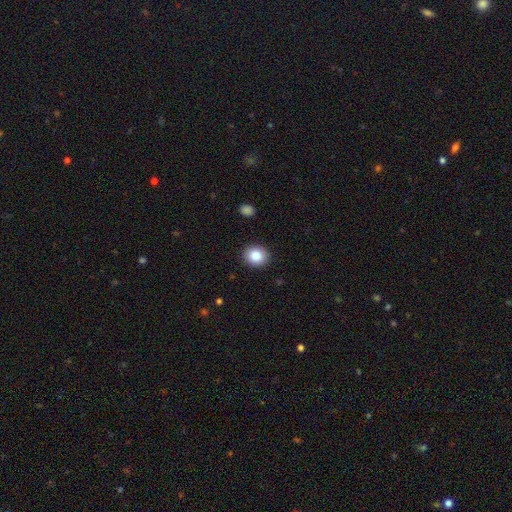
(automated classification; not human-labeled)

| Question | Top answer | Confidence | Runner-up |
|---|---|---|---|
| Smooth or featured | smooth | 84% | star or artifact (9%) |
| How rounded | round | 69% | in between (30%) |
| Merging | none | 90% | minor disturbance (7%) |